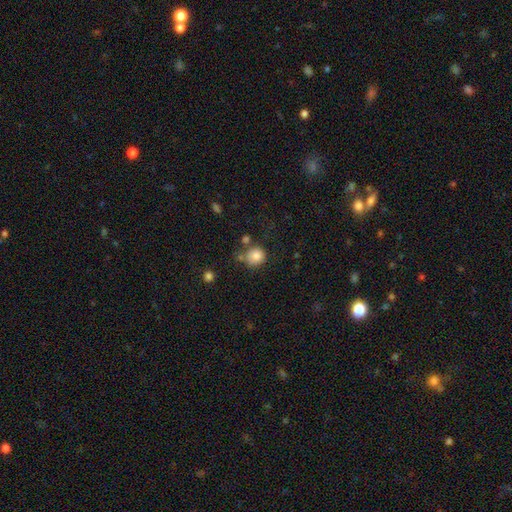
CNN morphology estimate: This is clearly a smooth galaxy (83%). How rounded: clearly round (86%). Merging: likely none (65%).